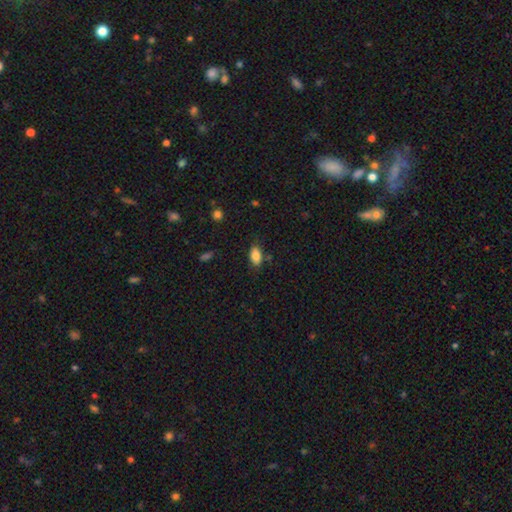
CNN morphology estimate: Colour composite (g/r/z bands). It shows a smooth galaxy with no disk features (84%) that is in between round and cigar-shaped (90%). Merging: none (78%).